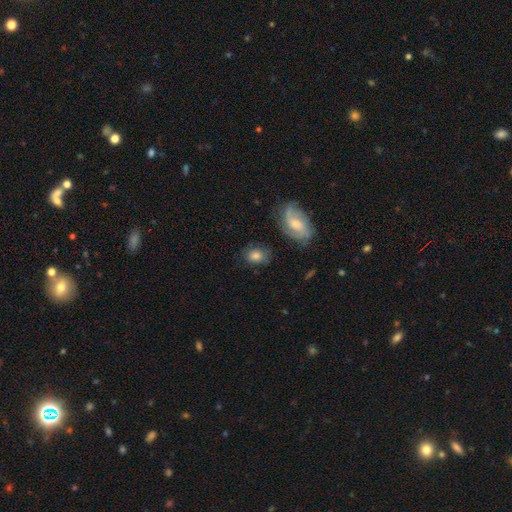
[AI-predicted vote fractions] Smooth or featured: smooth — 72% (featured or disk — 18%)
How rounded: in between — 60% (round — 38%)
Merging: none — 76% (minor disturbance — 15%)